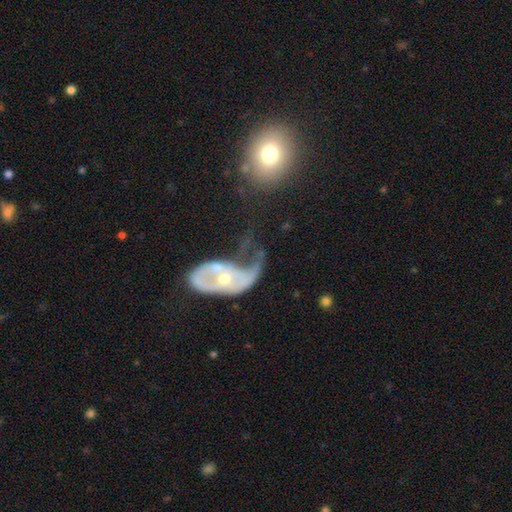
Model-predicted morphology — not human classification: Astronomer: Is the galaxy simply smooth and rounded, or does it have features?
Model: featured or disk — 77%.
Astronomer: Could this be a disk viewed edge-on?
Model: no — 95%.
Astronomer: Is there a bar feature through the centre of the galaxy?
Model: no — 62%.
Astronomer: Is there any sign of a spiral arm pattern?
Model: yes — 79%.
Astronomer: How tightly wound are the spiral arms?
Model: medium — 40% (runner-up: loose, 32%).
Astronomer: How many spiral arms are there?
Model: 2 — 51%.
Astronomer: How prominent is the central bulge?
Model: small — 54% (runner-up: moderate, 40%).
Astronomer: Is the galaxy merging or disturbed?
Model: major disturbance — 33%, tied with none at 33%.